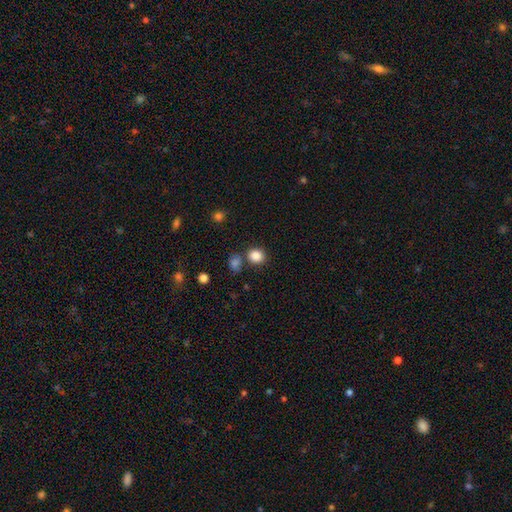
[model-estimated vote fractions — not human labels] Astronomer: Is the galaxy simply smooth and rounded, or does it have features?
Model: smooth — 86%.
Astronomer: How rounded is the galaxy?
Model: round — 70%.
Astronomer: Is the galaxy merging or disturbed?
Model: none — 73%.